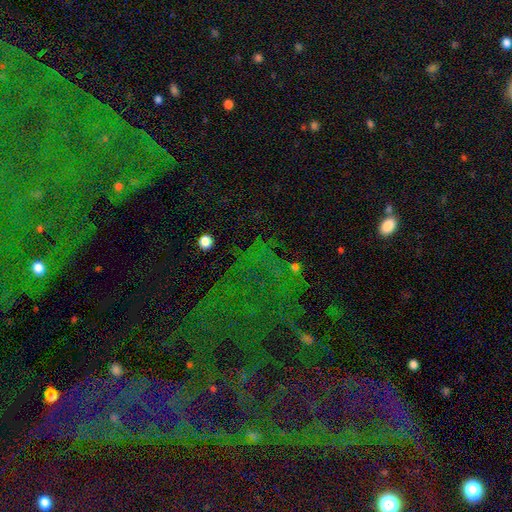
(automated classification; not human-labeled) Q: Smooth or featured?
A: star or artifact (71%); runner-up: featured or disk (14%)